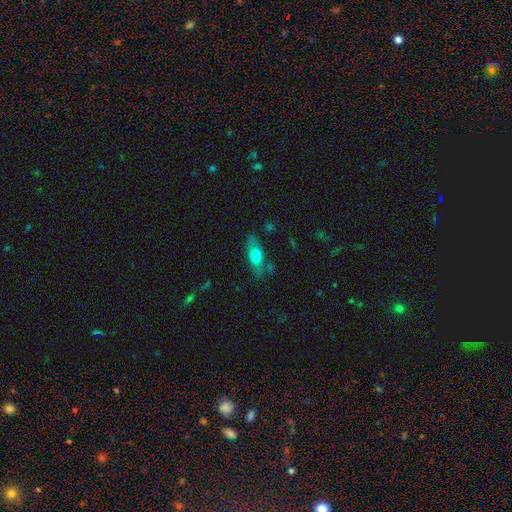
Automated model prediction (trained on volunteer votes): smooth 65%, featured or disk 28%, star or artifact 8%. Down the decision tree: how rounded — in between (68%); merging — none (69%).